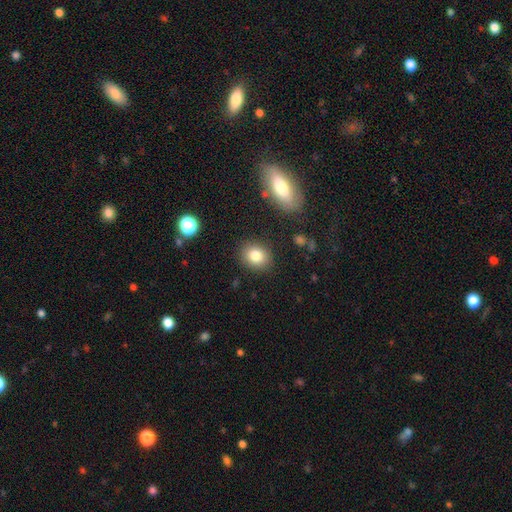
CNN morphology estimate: smooth-or-featured: smooth: 82% | star or artifact: 10% | featured or disk: 8%
  how-rounded: round: 63% | in between: 36% | cigar-shaped: 1%
  merging: none: 87% | minor disturbance: 8% | major disturbance: 3% | merger: 2%